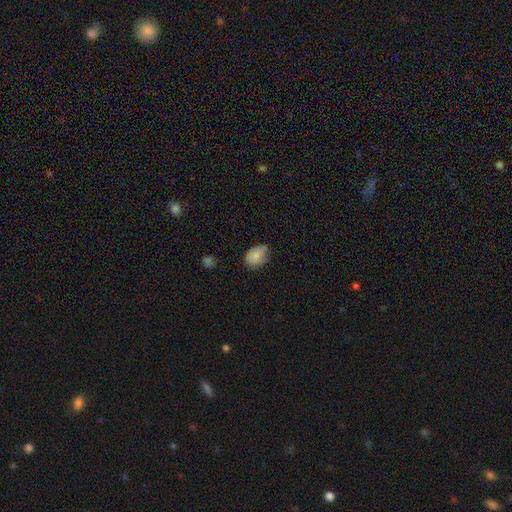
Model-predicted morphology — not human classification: A smooth galaxy with no disk features (84%) that is in between round and cigar-shaped (78%). Merging: none (60%).